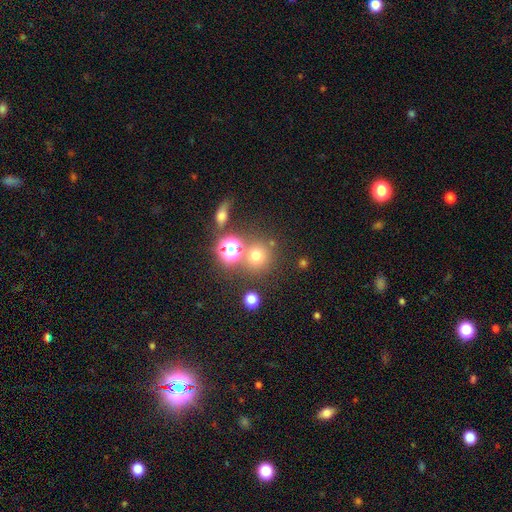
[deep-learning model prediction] Morphology: type=smooth (65%); roundness=round (89%); merging=none (71%).